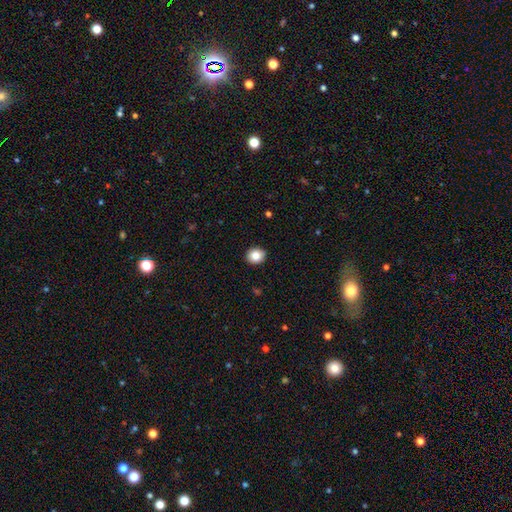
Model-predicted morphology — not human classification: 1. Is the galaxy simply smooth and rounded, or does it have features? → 84% smooth, 9% star or artifact, 7% featured or disk.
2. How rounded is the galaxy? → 71% round, 28% in between, 1% cigar-shaped.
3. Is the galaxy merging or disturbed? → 90% none, 7% minor disturbance, 2% major disturbance, 1% merger.